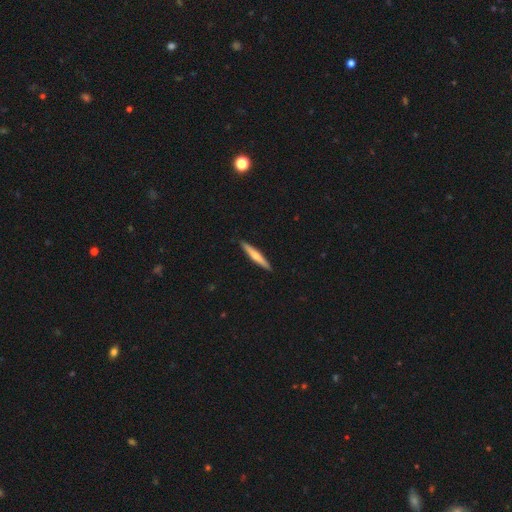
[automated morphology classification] Smooth or featured? Predicted: smooth (p=0.49). Merging? Predicted: none (p=0.92).